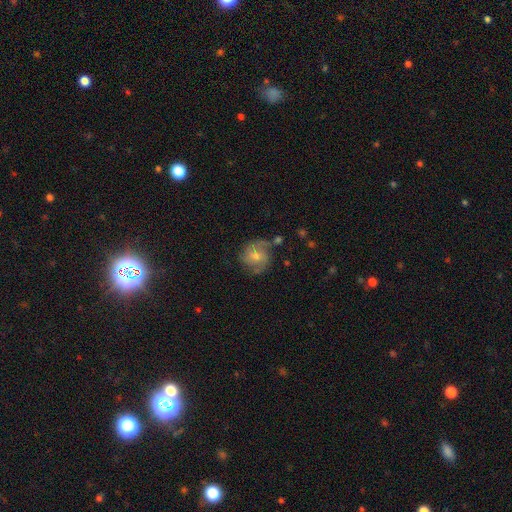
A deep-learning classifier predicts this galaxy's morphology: smooth-or-featured: featured or disk: 66% | smooth: 24% | star or artifact: 10%
  disk-edge-on: no: 97% | yes: 3%
    bar: no: 66% | weak: 29% | strong: 5%
    has-spiral-arms: yes: 88% | no: 12%
      spiral-winding: medium: 43% | tight: 39% | loose: 17%
      spiral-arm-count: 2: 46% | can't tell: 24% | 3: 17% | 1: 5% | 4: 4% | more than 4: 3%
    bulge-size: moderate: 47% (tied) | small: 47% (tied) | none: 2% | large: 2% | dominant: 1%
  merging: none: 66% | minor disturbance: 20% | major disturbance: 9% | merger: 4%